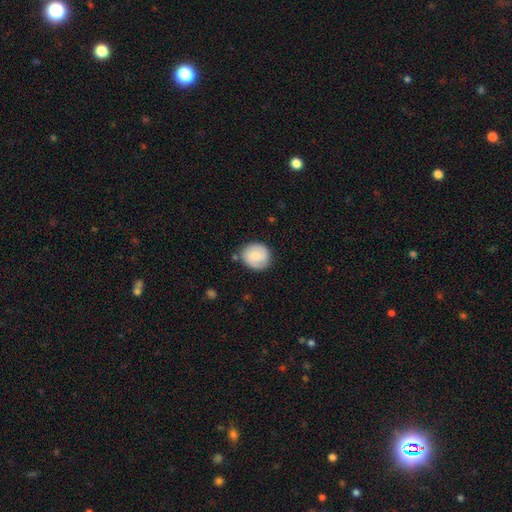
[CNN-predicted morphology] Smooth or featured: smooth — 65% (featured or disk — 29%)
How rounded: round — 82% (in between — 17%)
Merging: none — 77% (minor disturbance — 16%)